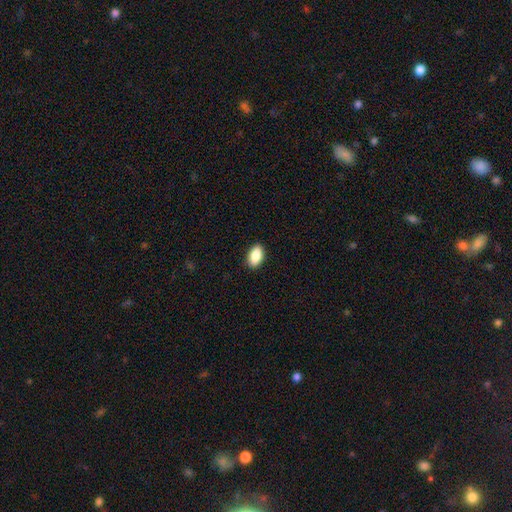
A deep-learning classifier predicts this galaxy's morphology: type=smooth (87%); roundness=in between (92%); merging=none (89%).